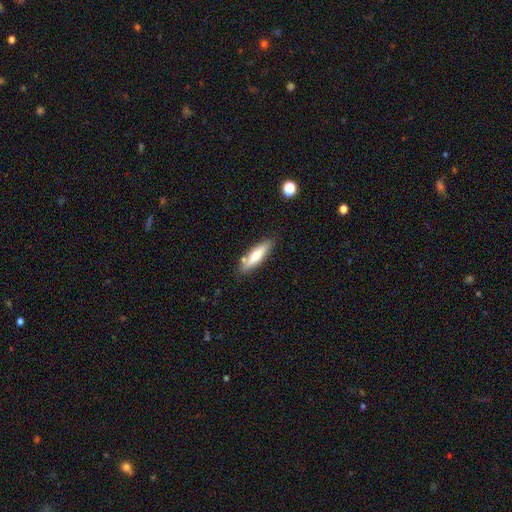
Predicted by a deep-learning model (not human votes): Smooth or featured? smooth (66%)
How rounded? cigar-shaped (67%)
Merging? none (79%)